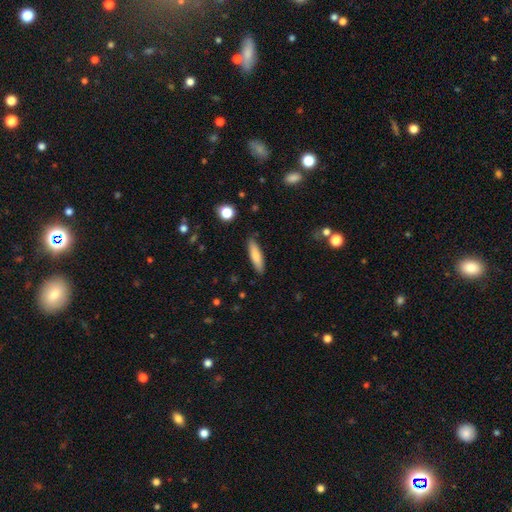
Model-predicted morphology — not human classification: This is likely a smooth galaxy (79%). How rounded: likely cigar-shaped (73%). Merging: clearly none (86%).